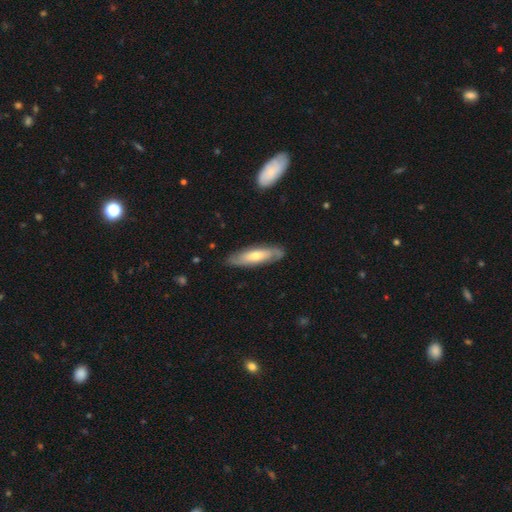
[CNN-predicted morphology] smooth-or-featured: featured or disk: 52% | smooth: 42% | star or artifact: 6%
  disk-edge-on: no: 56% | yes: 44%
  merging: none: 83% | minor disturbance: 13% | major disturbance: 3% | merger: 1%